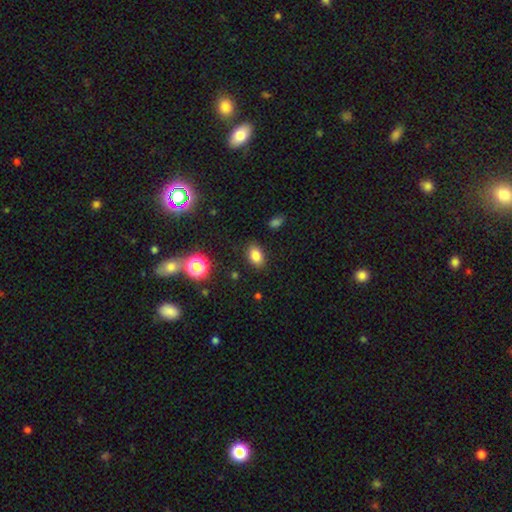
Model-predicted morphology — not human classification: Smooth or featured? smooth (81%)
How rounded? in between (80%)
Merging? none (86%)